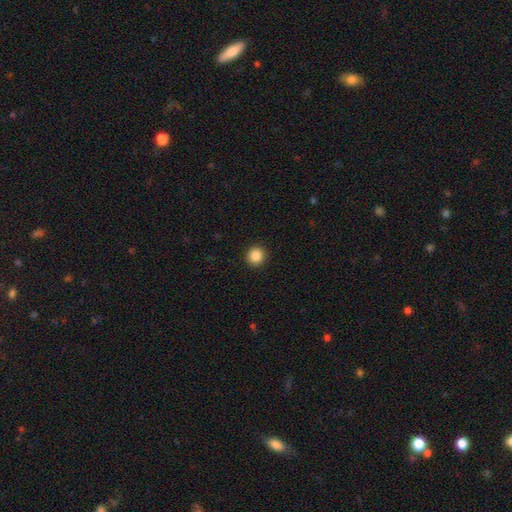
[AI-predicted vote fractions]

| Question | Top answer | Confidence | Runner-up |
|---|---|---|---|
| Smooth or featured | smooth | 86% | star or artifact (10%) |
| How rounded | round | 94% | in between (5%) |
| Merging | none | 93% | minor disturbance (4%) |